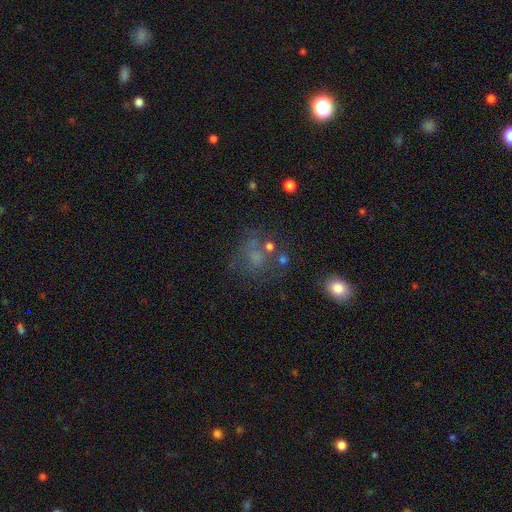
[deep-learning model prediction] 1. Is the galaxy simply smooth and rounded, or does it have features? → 44% smooth, 32% featured or disk, 24% star or artifact.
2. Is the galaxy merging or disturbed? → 52% none, 20% major disturbance, 18% minor disturbance, 10% merger.